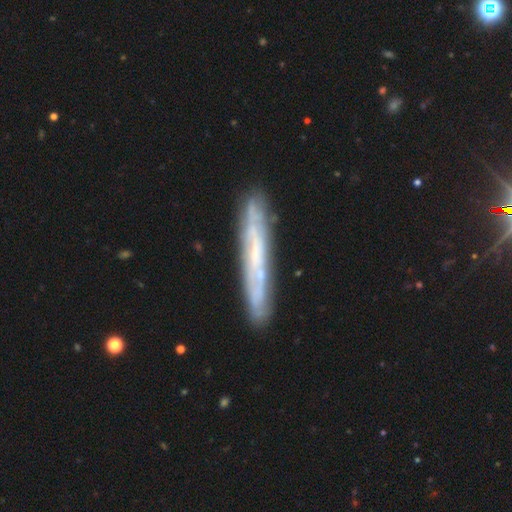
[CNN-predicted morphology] Smooth or featured: featured or disk — 63% (smooth — 30%)
Edge-on disk: yes — 76% (no — 24%)
Merging: none — 86% (minor disturbance — 10%)